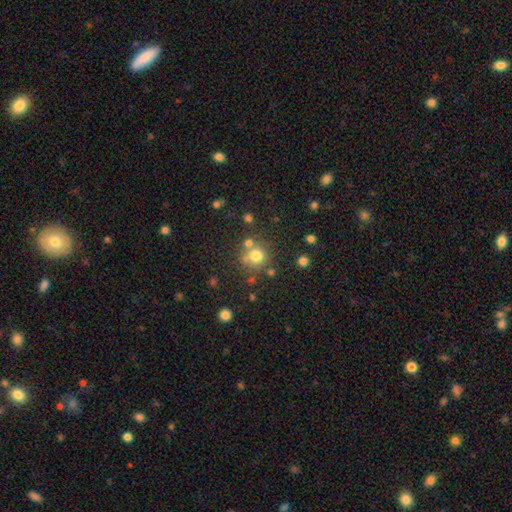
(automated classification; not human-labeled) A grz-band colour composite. It shows a smooth galaxy with no disk features (74%) that is round (90%). Merging: none (68%).